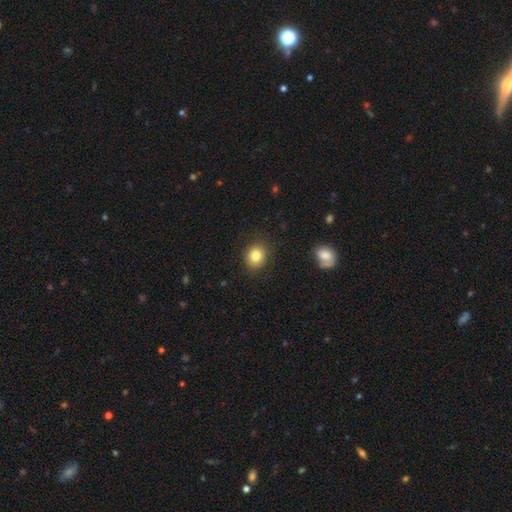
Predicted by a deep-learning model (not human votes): Smooth or featured: smooth — 83% (star or artifact — 10%)
How rounded: round — 70% (in between — 29%)
Merging: none — 88% (minor disturbance — 8%)